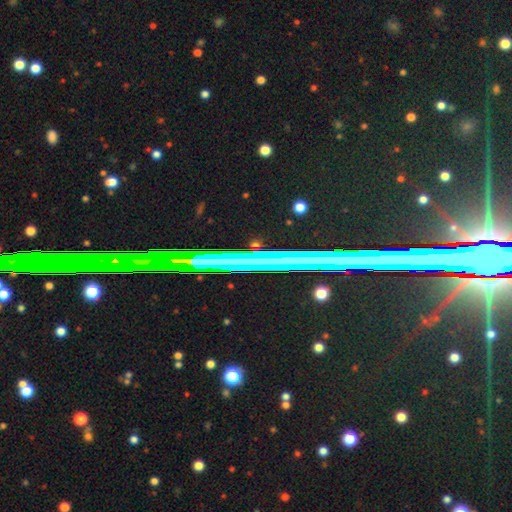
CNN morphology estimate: type=star or artifact (51%).